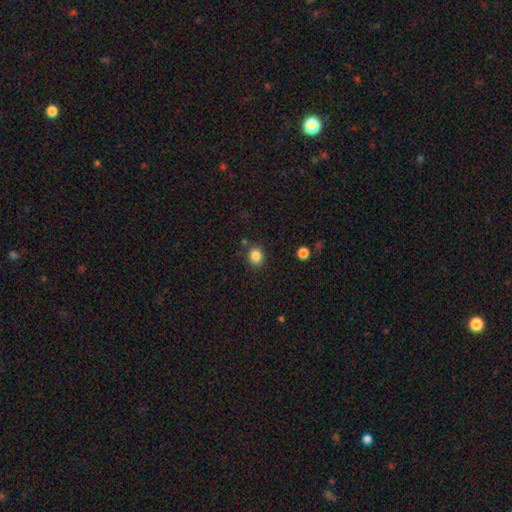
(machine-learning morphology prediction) smooth 85%, star or artifact 10%, featured or disk 4%. Down the decision tree: how rounded — round (70%); merging — none (83%).